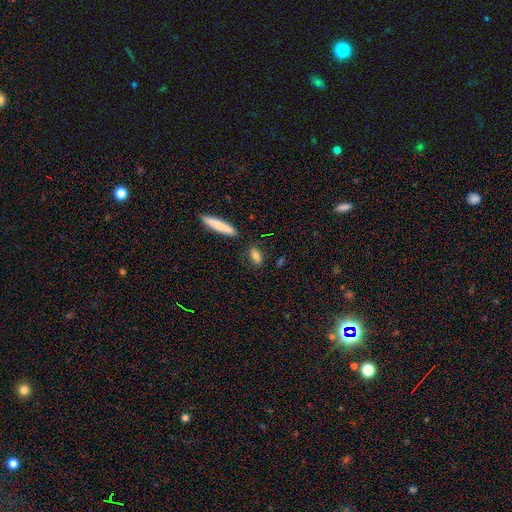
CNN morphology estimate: The model was most divided on "how rounded": in between: 67%, cigar-shaped: 26%, round: 6%. More confident: smooth or featured — smooth (79%); merging — none (77%).